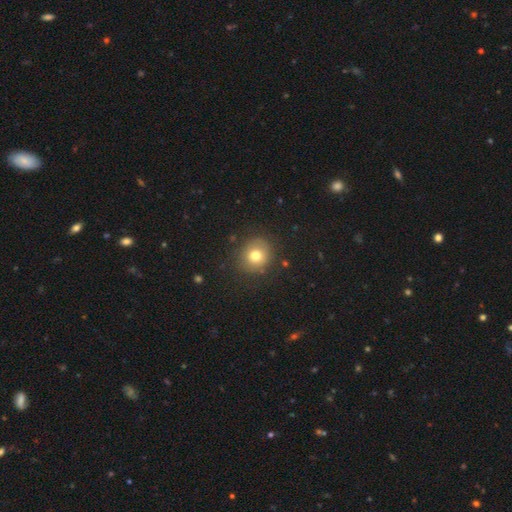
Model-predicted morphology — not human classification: Q: Smooth or featured?
A: smooth (75%); runner-up: star or artifact (13%)
Q: How rounded?
A: round (84%); runner-up: in between (16%)
Q: Merging?
A: none (84%); runner-up: minor disturbance (11%)